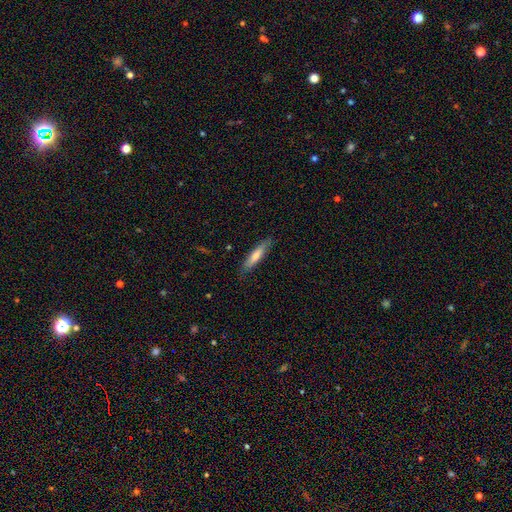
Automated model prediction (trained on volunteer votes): A smooth galaxy with no disk features (65%) that is cigar-shaped (85%).

Vote fractions:
- Smooth or featured? smooth: 65% / featured or disk: 29% / star or artifact: 6%
- How rounded? cigar-shaped: 85% / in between: 14% / round: 1%
- Merging? none: 84% / minor disturbance: 12% / major disturbance: 2% / merger: 1%